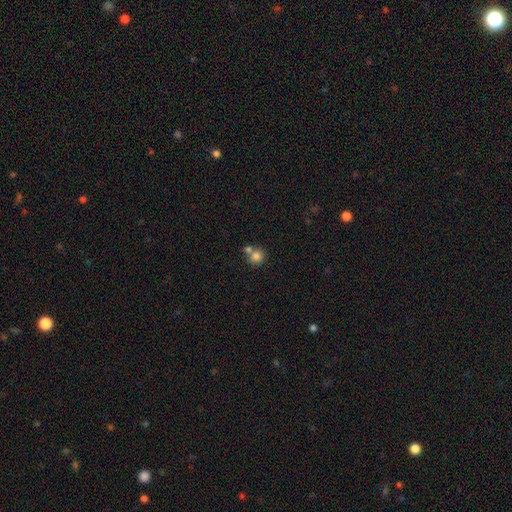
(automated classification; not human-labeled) A smooth galaxy with no disk features (81%) that is round (88%). Merging: none (51%).